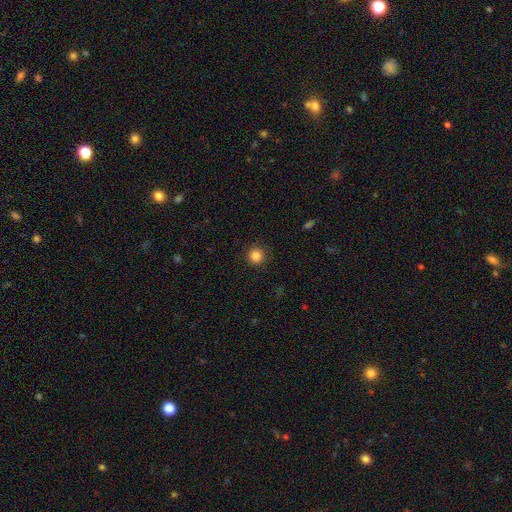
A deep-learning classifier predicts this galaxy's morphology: Smooth or featured? Predicted: smooth (p=0.85). How rounded? Predicted: round (p=0.94). Merging? Predicted: none (p=0.90).